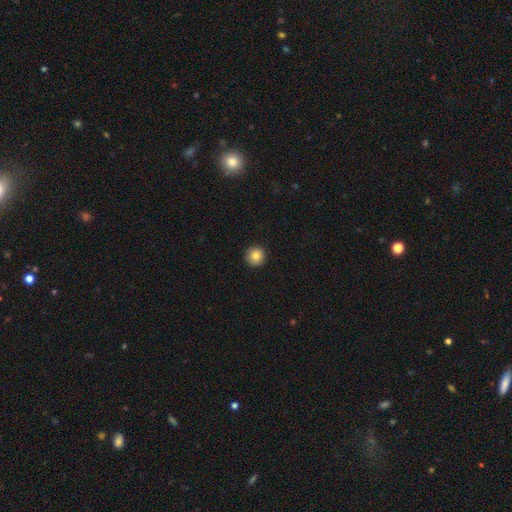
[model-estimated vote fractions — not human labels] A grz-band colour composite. It shows a smooth galaxy with no disk features (84%) that is round (95%). Merging: none (92%).